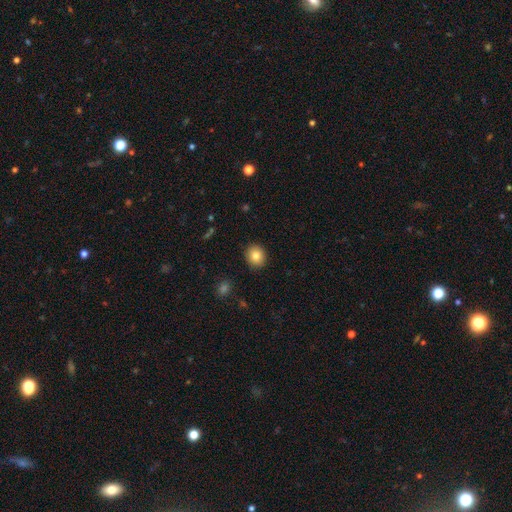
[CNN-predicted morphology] Smooth or featured? smooth (82%)
How rounded? round (79%)
Merging? none (91%)